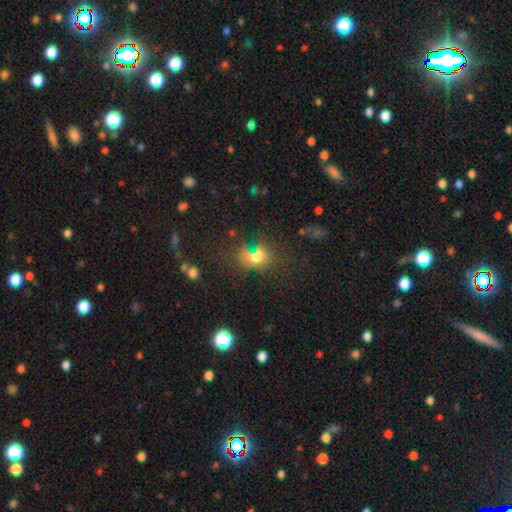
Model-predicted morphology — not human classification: Smooth or featured: smooth — 66% (star or artifact — 20%)
How rounded: in between — 55% (round — 43%)
Merging: none — 47% (minor disturbance — 19%)